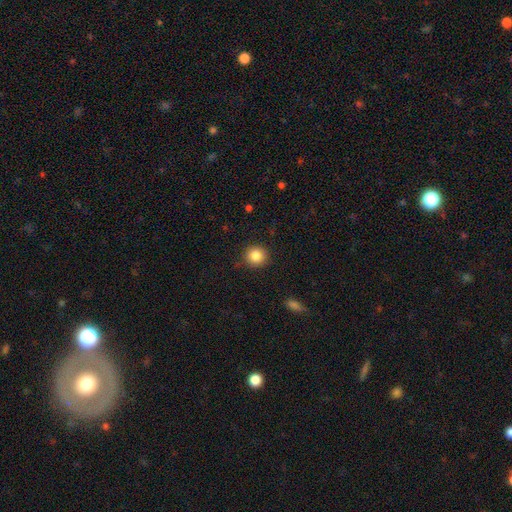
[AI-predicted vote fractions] A smooth galaxy with no disk features (85%) that is round (93%). Merging: none (90%).